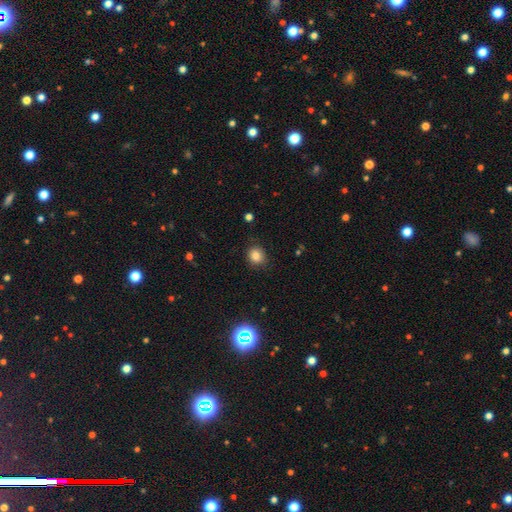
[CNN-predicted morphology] Smooth or featured? smooth (82%)
How rounded? round (79%)
Merging? none (85%)